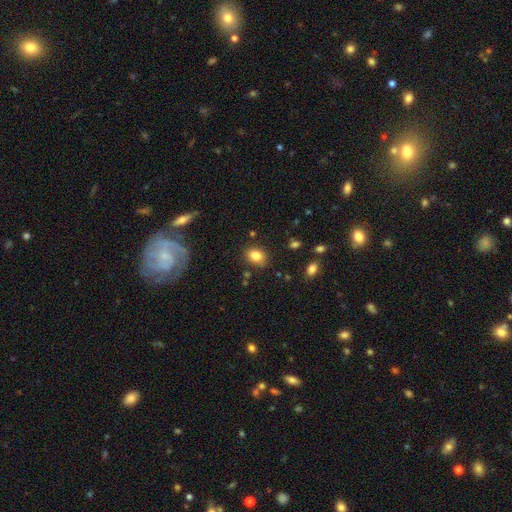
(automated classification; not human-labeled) This is clearly a smooth galaxy (83%). How rounded: likely in between (67%). Merging: clearly none (80%).